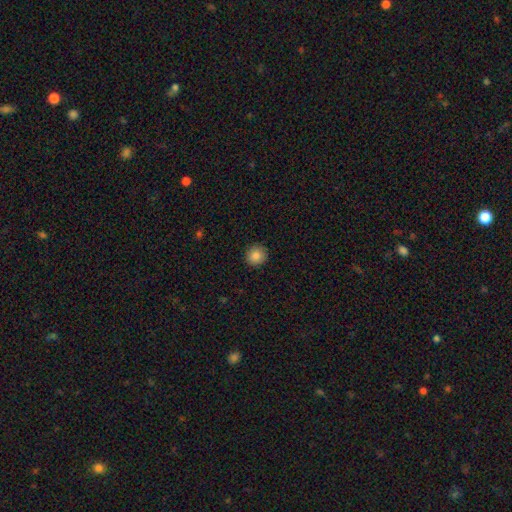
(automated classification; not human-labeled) Smooth or featured?
  - smooth: 84% *
  - star or artifact: 10%
  - featured or disk: 6%
How rounded?
  - round: 92% *
  - in between: 7%
  - cigar-shaped: 1%
Merging?
  - none: 92% *
  - minor disturbance: 6%
  - major disturbance: 2%
  - merger: 1%